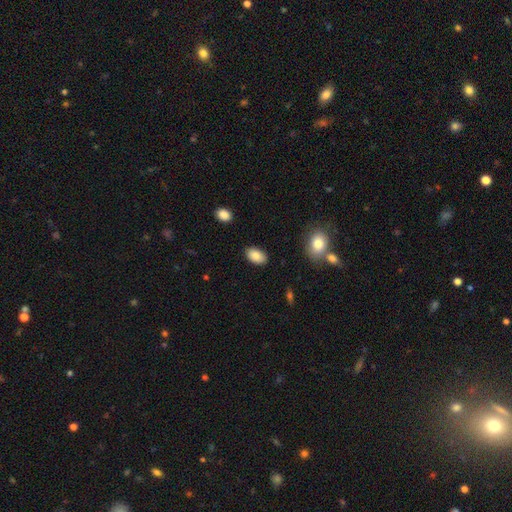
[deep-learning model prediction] A smooth galaxy with no disk features (86%) that is in between round and cigar-shaped (92%). Merging: none (87%).